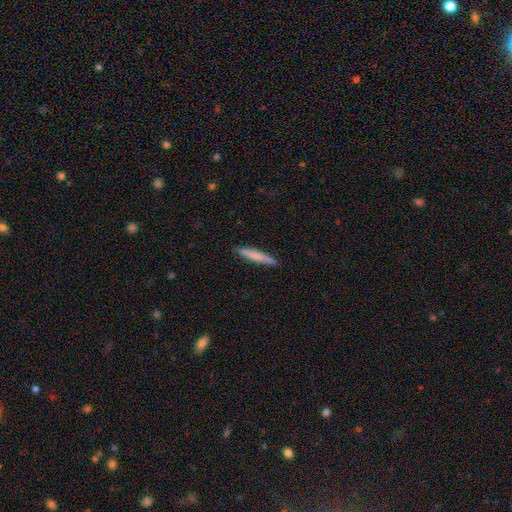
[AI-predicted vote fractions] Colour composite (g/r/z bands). It shows a smooth galaxy with no disk features (72%) that is cigar-shaped (94%). Merging: none (90%).